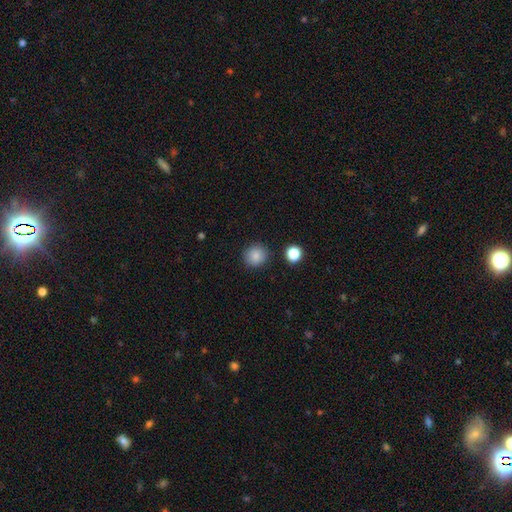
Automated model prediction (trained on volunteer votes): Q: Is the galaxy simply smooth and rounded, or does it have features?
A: smooth — 87%.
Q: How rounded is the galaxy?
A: round — 89%.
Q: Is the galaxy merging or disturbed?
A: none — 89%.